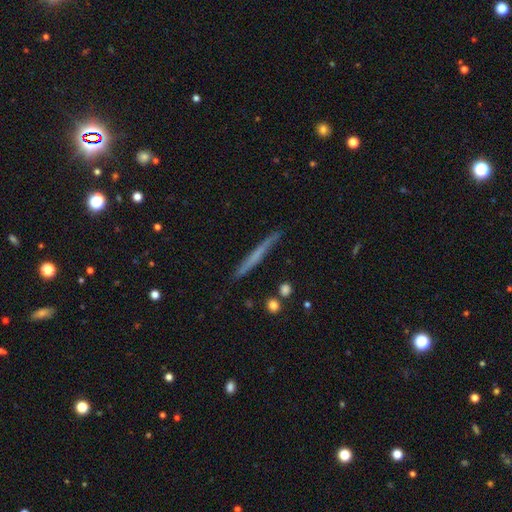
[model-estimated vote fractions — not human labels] This is possibly a smooth galaxy (47%). Merging: clearly none (89%).